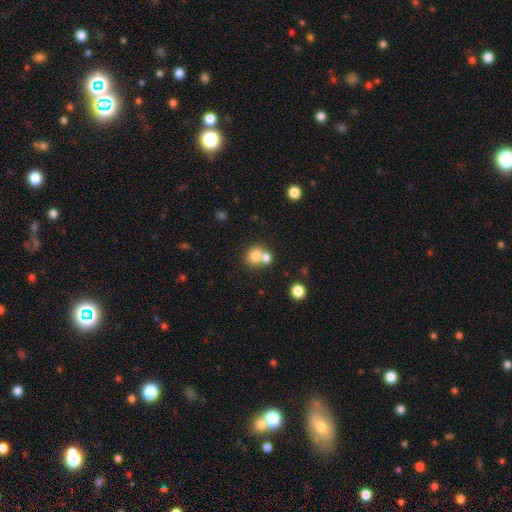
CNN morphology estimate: This is likely a smooth galaxy (76%). How rounded: likely round (76%). Merging: possibly merger (51%).